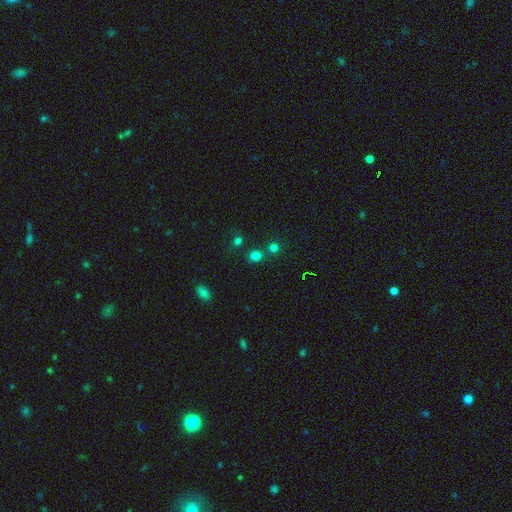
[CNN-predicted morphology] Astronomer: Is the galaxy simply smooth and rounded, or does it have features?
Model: smooth — 72%.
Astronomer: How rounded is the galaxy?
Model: round — 80%.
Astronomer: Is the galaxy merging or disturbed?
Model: none — 70%.